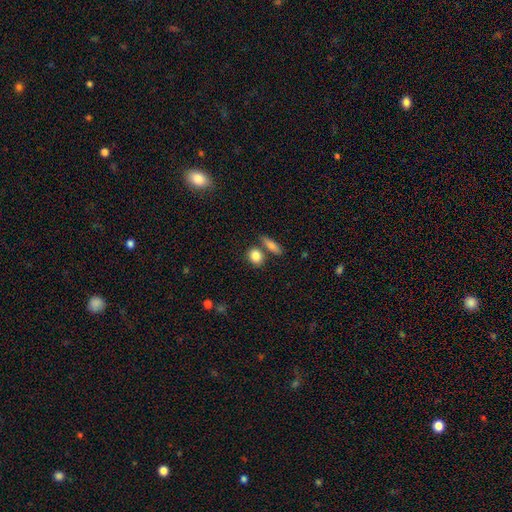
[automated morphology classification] type=smooth (85%); roundness=round (48%, tied with in between); merging=none (65%).